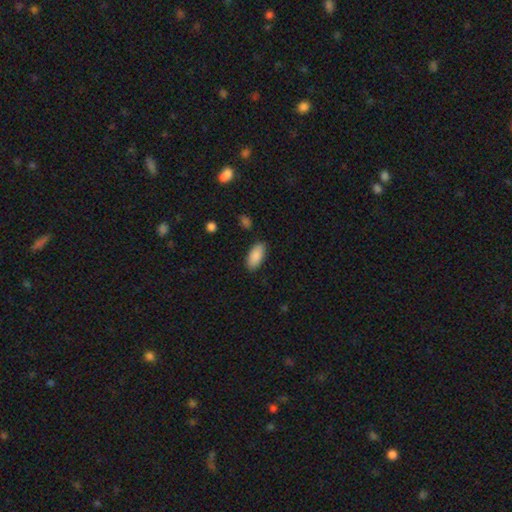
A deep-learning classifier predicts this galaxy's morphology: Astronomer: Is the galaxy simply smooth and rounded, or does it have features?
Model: smooth — 89%.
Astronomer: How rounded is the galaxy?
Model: in between — 91%.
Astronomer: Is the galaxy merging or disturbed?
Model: none — 86%.